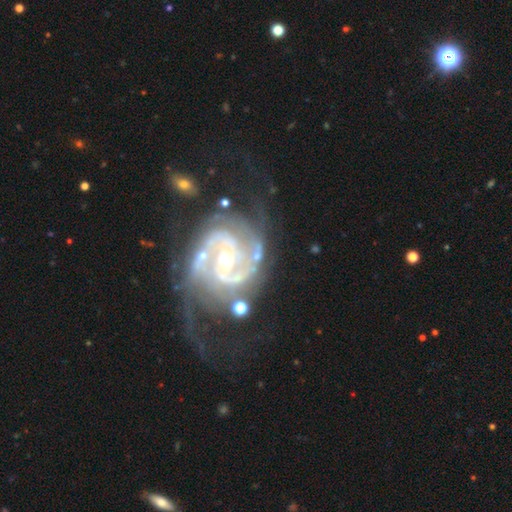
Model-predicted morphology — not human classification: Q: Smooth or featured?
A: featured or disk (89%); runner-up: star or artifact (6%)
Q: Edge-on disk?
A: no (98%); runner-up: yes (2%)
Q: Bar?
A: weak (43%); runner-up: no (40%)
Q: Spiral arms?
A: yes (96%); runner-up: no (4%)
Q: Spiral winding?
A: tight (47%); runner-up: medium (43%)
Q: Spiral arm count?
A: 2 (63%); runner-up: 3 (12%)
Q: Bulge size?
A: moderate (58%); runner-up: small (35%)
Q: Merging?
A: none (53%); runner-up: minor disturbance (21%)